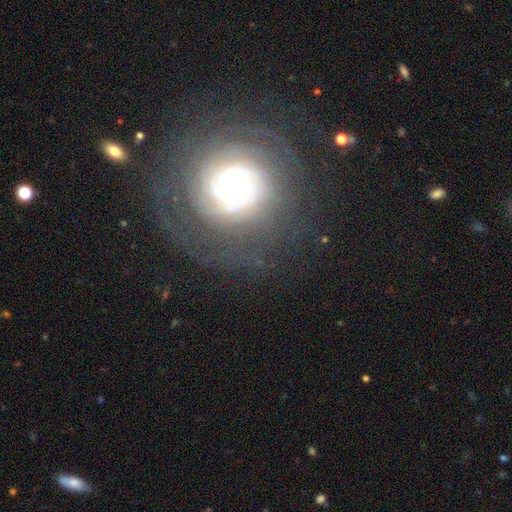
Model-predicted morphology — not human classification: Overall: featured or disk (52%; smooth 35%). Edge-on disk: no (95%). Merging: none (79%).